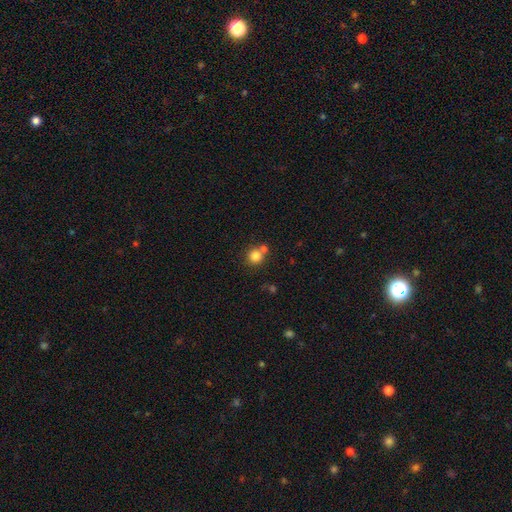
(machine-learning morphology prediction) smooth-or-featured: smooth: 82% | star or artifact: 11% | featured or disk: 7%
  how-rounded: round: 91% | in between: 9% | cigar-shaped: 1%
  merging: none: 60% | merger: 29% | minor disturbance: 8% | major disturbance: 3%